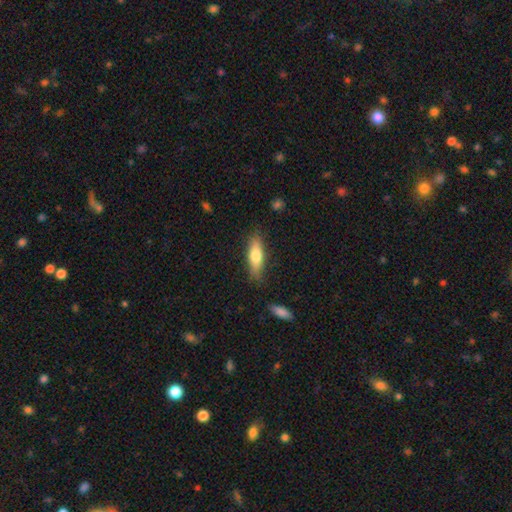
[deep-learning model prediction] Overall: smooth (70%). How rounded: cigar-shaped (52%; in between 46%). Merging: none (81%).